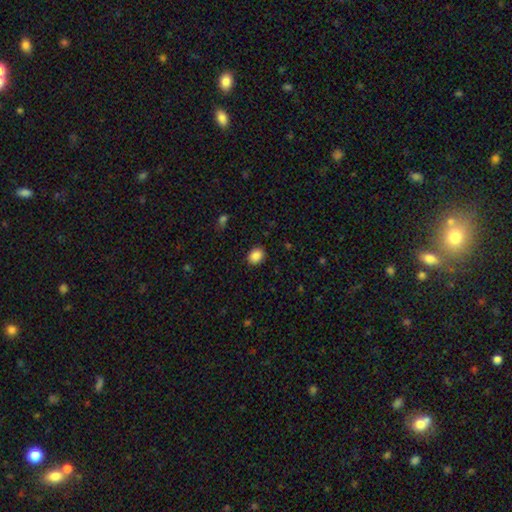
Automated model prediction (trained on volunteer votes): smooth_or_featured: smooth (p=0.88) [alt: star or artifact p=0.09]
how_rounded: round (p=0.51) [alt: in between p=0.48]
merging: none (p=0.89) [alt: minor disturbance p=0.08]